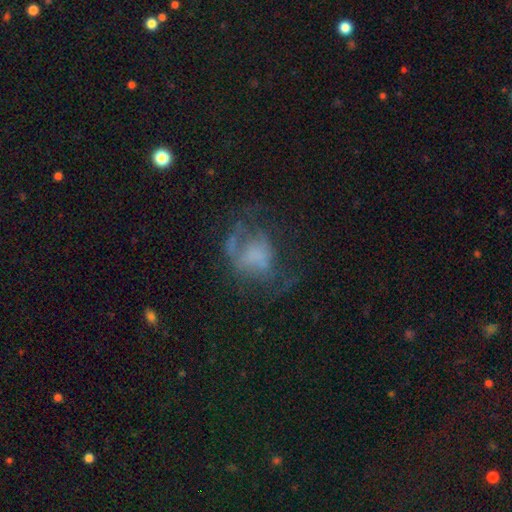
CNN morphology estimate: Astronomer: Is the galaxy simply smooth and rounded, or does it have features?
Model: featured or disk — 53% (runner-up: smooth, 33%).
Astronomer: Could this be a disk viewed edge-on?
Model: no — 97%.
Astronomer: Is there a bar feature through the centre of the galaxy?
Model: no — 81%.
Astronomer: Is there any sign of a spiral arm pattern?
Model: no — 62% (runner-up: yes, 38%).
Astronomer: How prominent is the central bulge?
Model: none — 58%.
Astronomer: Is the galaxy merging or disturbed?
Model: major disturbance — 43% (runner-up: none, 34%).